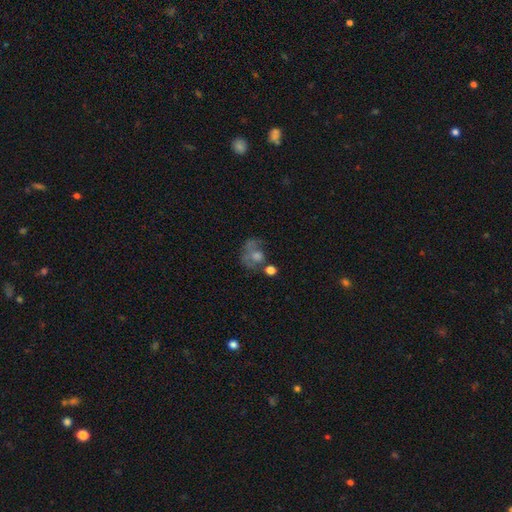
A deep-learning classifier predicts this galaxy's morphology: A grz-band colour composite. It shows a featured or disk galaxy (42%). Merging: none (37%).